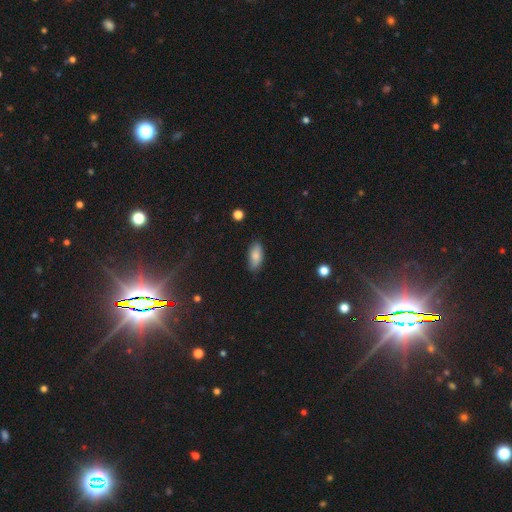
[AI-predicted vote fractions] Overall: smooth (81%). How rounded: in between (86%). Merging: none (82%).